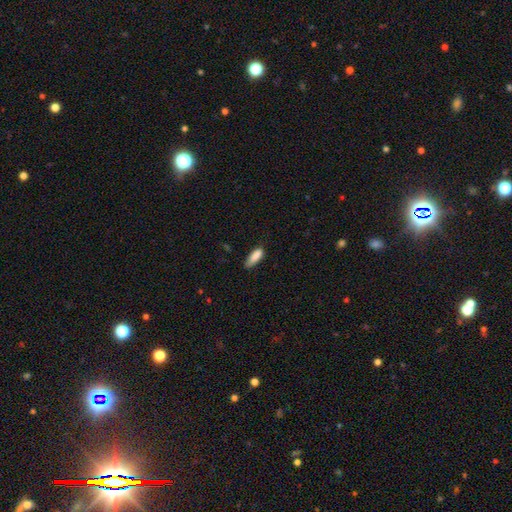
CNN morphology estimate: Smooth or featured?
  - smooth: 86% *
  - star or artifact: 7%
  - featured or disk: 7%
How rounded?
  - in between: 62% *
  - cigar-shaped: 36%
  - round: 2%
Merging?
  - none: 61% *
  - minor disturbance: 31%
  - major disturbance: 6%
  - merger: 2%